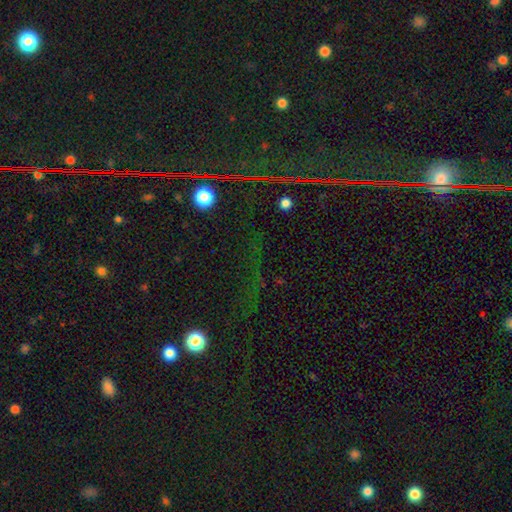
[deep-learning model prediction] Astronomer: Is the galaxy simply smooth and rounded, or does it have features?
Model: star or artifact — 79%.